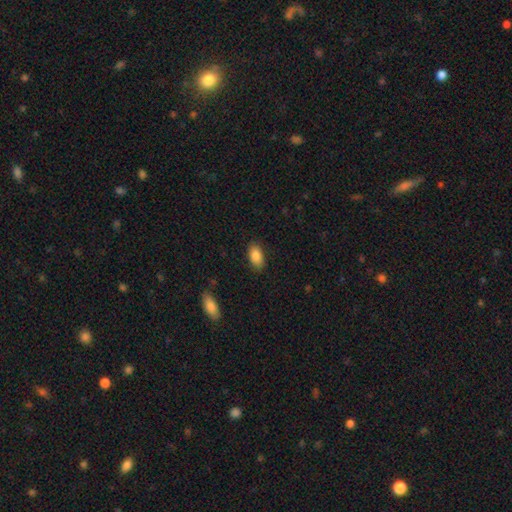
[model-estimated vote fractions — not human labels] This is clearly a smooth galaxy (87%). How rounded: clearly in between (92%). Merging: clearly none (86%).